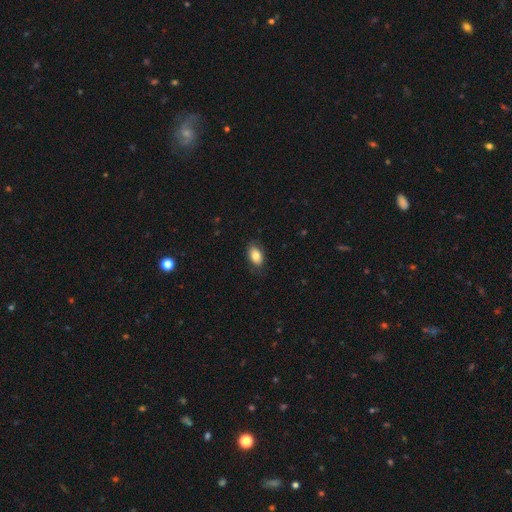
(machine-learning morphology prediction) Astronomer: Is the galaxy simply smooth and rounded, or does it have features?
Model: smooth — 83%.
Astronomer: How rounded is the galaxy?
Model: in between — 90%.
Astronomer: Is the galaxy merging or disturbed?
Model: none — 81%.